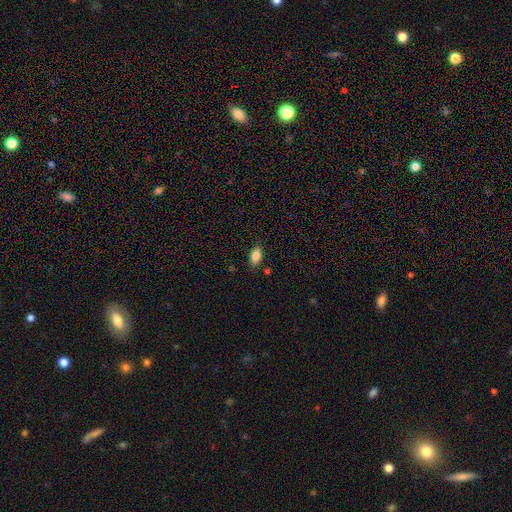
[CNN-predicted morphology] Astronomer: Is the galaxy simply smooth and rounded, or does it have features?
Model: smooth — 84%.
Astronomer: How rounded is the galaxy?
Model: in between — 89%.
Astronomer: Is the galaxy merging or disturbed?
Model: none — 81%.